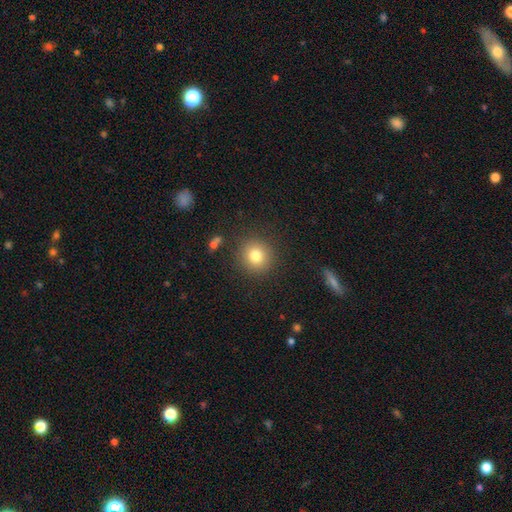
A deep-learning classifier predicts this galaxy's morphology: This is likely a smooth galaxy (80%). How rounded: clearly round (93%). Merging: clearly none (88%).